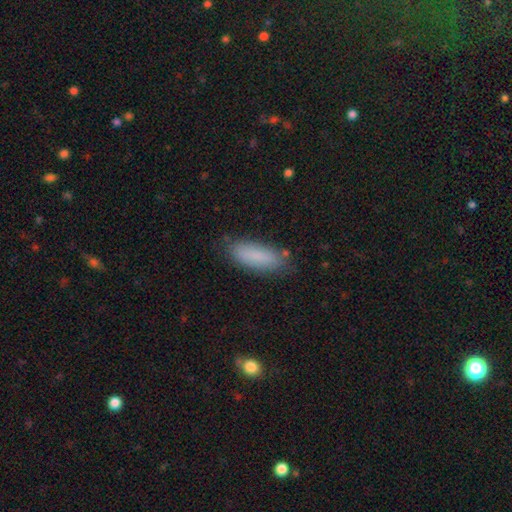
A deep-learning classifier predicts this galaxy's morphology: A smooth galaxy with no disk features (84%) that is in between round and cigar-shaped (63%). Merging: none (80%).